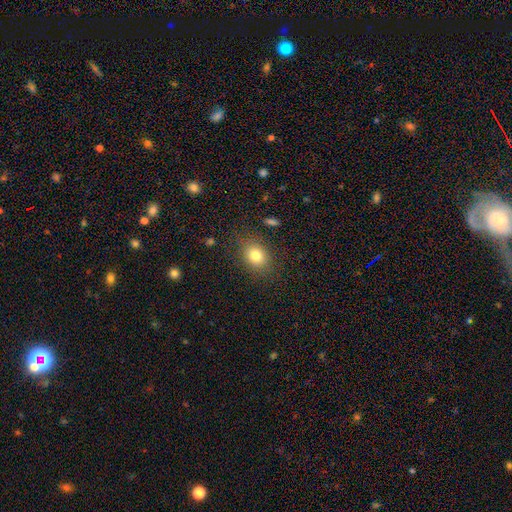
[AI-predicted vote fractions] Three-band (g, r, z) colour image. It shows a smooth galaxy with no disk features (80%) that is round (51%). Merging: none (83%).